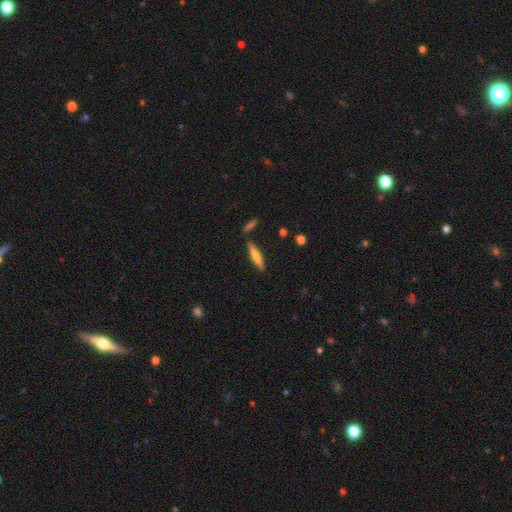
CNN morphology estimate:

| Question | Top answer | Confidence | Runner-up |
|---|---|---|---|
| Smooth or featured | smooth | 53% | featured or disk (41%) |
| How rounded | cigar-shaped | 85% | in between (13%) |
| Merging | none | 85% | minor disturbance (9%) |